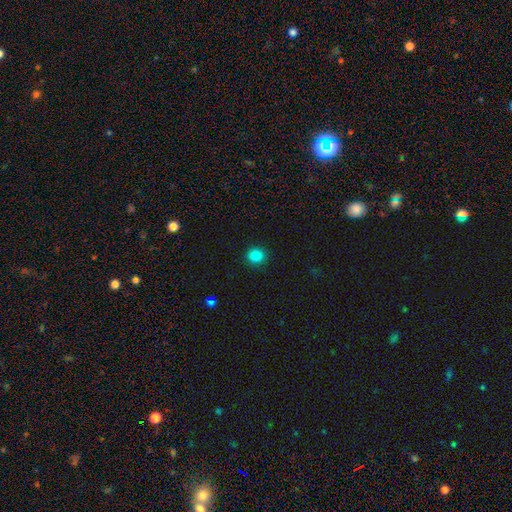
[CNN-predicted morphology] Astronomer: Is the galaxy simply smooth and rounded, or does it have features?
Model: smooth — 85%.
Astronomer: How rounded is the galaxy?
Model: round — 84%.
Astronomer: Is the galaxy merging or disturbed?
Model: none — 91%.